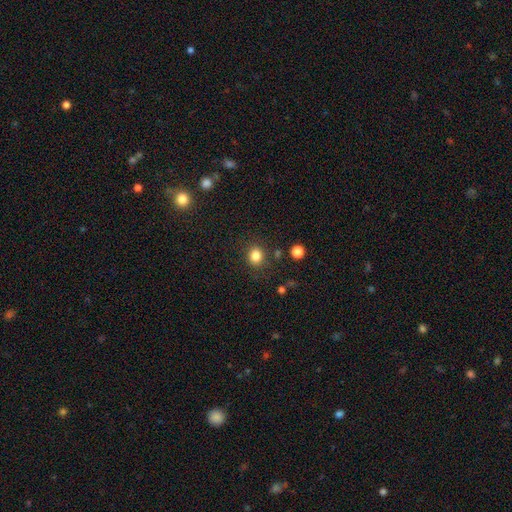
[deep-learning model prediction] A smooth galaxy with no disk features (84%) that is round (78%). Merging: none (84%).